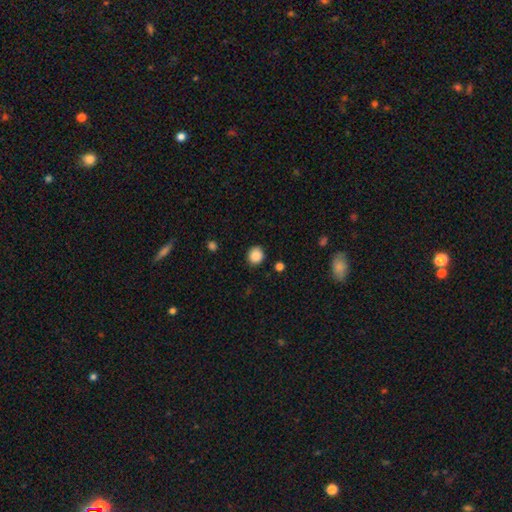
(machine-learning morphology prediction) smooth 88%, star or artifact 10%, featured or disk 3%. Down the decision tree: how rounded — round (82%); merging — none (87%).